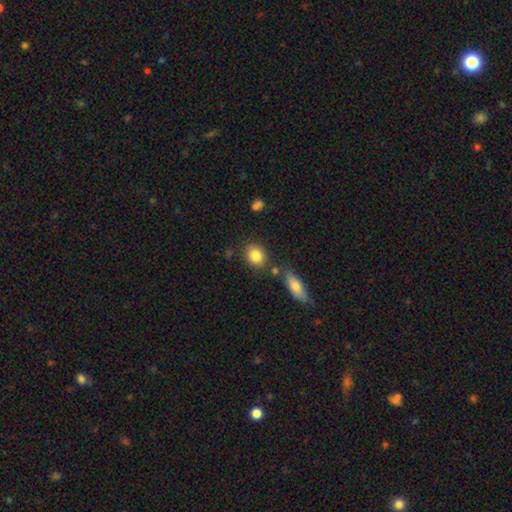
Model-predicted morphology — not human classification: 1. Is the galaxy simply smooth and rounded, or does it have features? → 84% smooth, 8% star or artifact, 8% featured or disk.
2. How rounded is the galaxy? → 50% round, 48% in between, 2% cigar-shaped.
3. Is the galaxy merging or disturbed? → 75% none, 12% minor disturbance, 10% merger, 3% major disturbance.